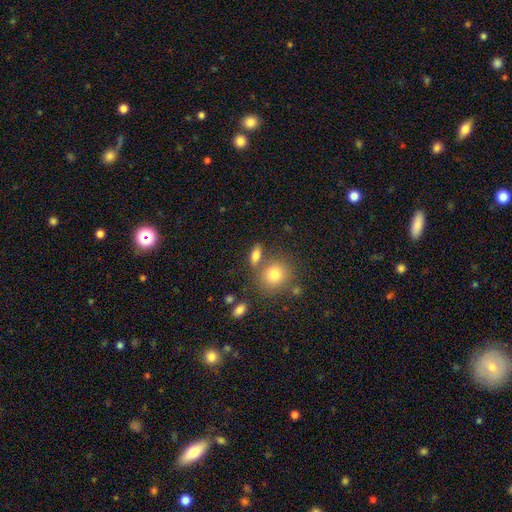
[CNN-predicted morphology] A smooth galaxy with no disk features (78%) that is in between round and cigar-shaped (68%). Merging: none (65%).